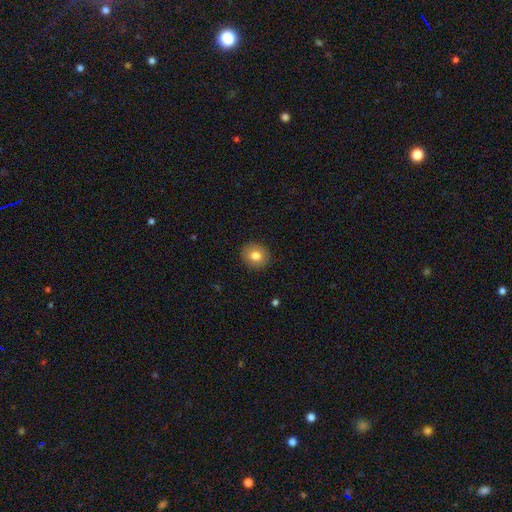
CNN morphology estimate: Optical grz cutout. It shows a smooth galaxy with no disk features (80%) that is round (81%). Merging: none (89%).